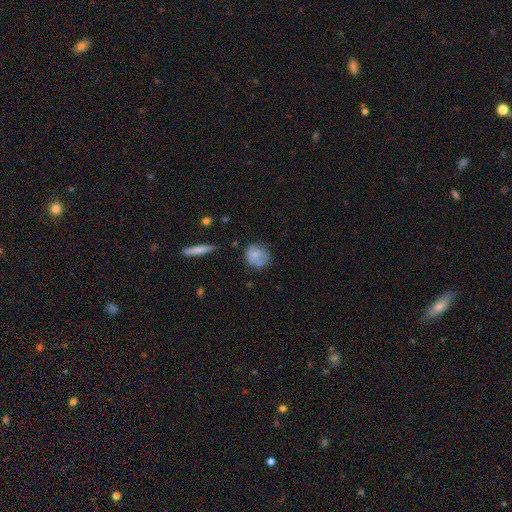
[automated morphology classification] Smooth or featured? smooth (74%)
How rounded? round (76%)
Merging? none (63%)